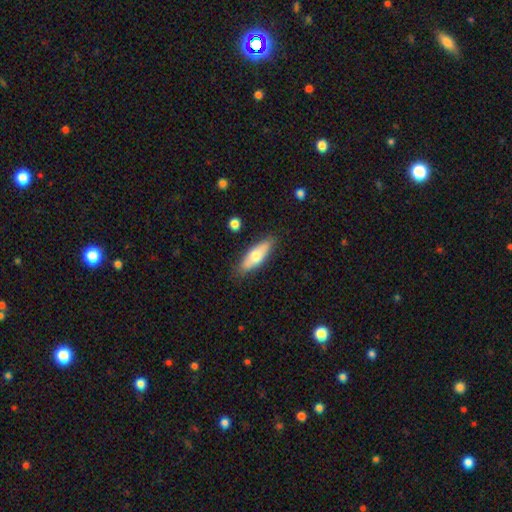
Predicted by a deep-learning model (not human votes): Smooth or featured: smooth — 62% (featured or disk — 33%)
How rounded: in between — 60% (cigar-shaped — 38%)
Merging: none — 82% (minor disturbance — 13%)